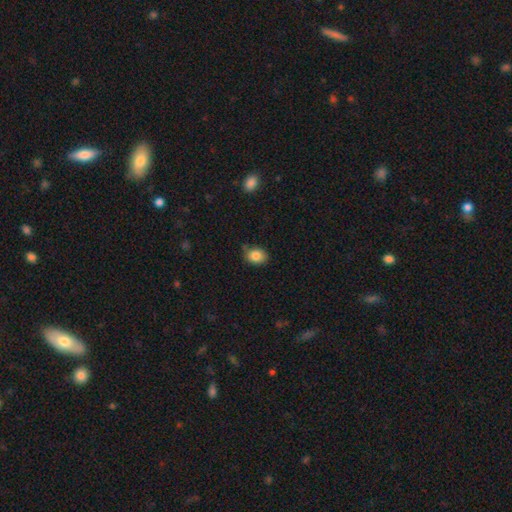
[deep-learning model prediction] Smooth or featured? smooth (85%)
How rounded? in between (61%)
Merging? none (78%)